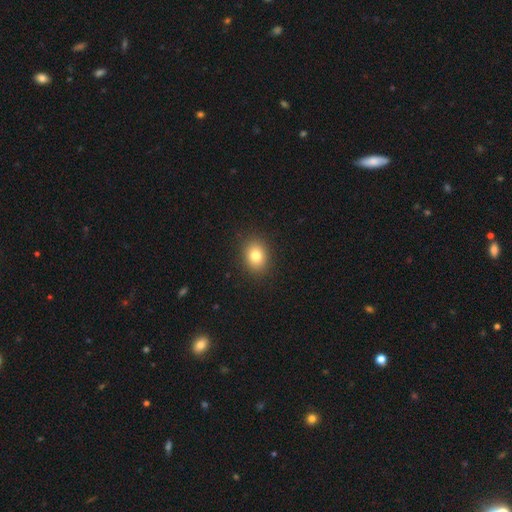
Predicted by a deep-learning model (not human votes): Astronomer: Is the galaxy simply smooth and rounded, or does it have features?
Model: smooth — 81%.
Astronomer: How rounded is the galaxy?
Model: in between — 56% (runner-up: round, 44%).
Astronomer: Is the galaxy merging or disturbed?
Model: none — 89%.